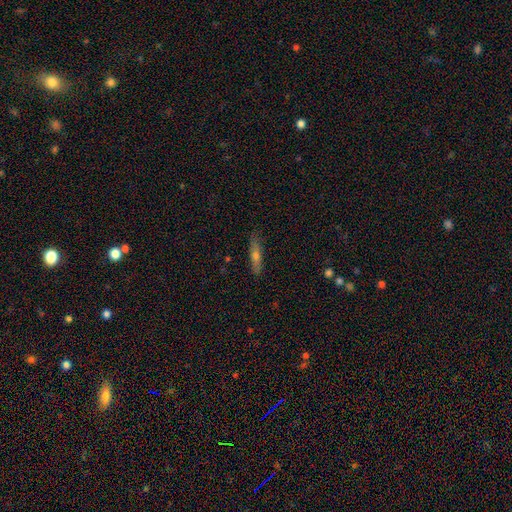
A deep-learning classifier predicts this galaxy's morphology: This is possibly a smooth galaxy (48%). Merging: clearly none (87%).